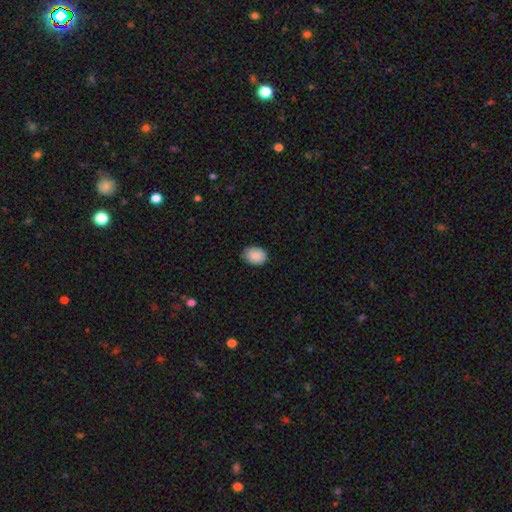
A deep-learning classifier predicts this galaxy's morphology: This is clearly a smooth galaxy (90%). How rounded: likely in between (75%). Merging: clearly none (83%).